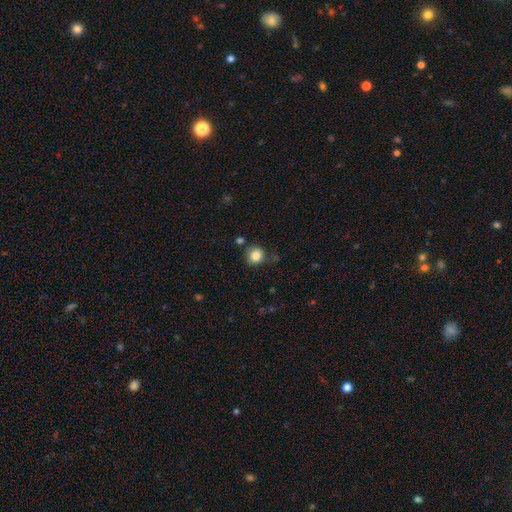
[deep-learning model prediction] Smooth or featured? Predicted: smooth (p=0.83). How rounded? Predicted: round (p=0.88). Merging? Predicted: none (p=0.76).